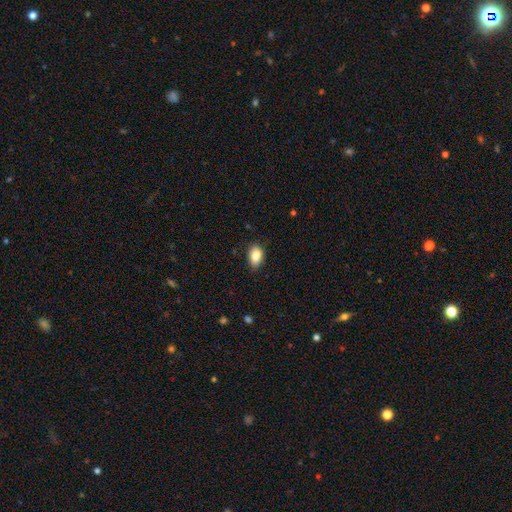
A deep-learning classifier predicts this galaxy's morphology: smooth_or_featured: smooth (p=0.87) [alt: star or artifact p=0.08]
how_rounded: in between (p=0.89) [alt: round p=0.09]
merging: none (p=0.78) [alt: minor disturbance p=0.18]